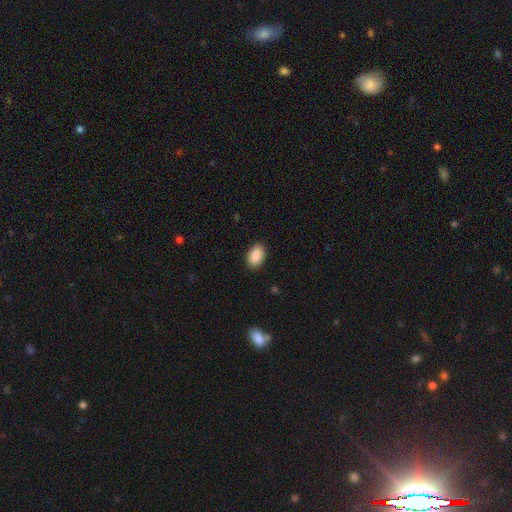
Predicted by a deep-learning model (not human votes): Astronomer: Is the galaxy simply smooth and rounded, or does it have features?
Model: smooth — 89%.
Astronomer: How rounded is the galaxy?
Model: in between — 91%.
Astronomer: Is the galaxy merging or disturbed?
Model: none — 89%.